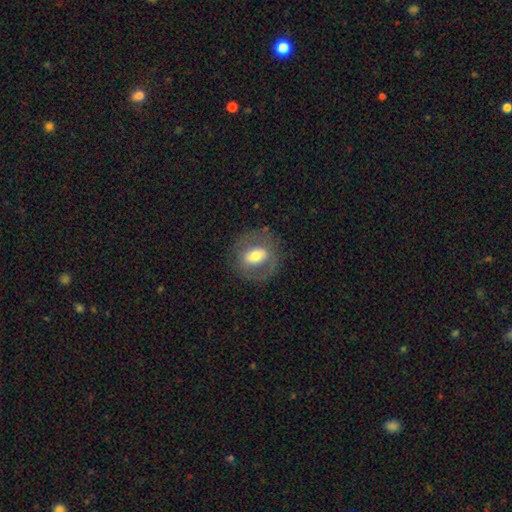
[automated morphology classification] A featured or disk galaxy (48%). Merging: none (74%).